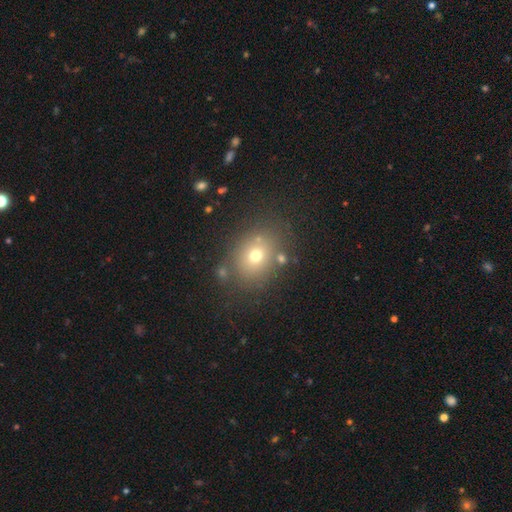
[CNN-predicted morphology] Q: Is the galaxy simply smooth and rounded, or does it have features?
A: smooth — 68%.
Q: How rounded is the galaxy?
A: round — 56%.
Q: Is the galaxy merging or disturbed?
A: none — 77%.